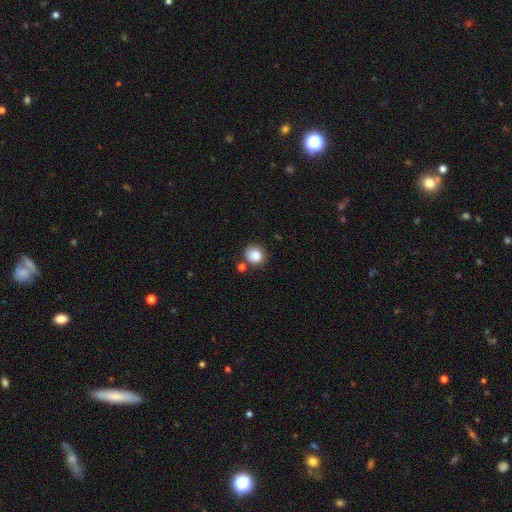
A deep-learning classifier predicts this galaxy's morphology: Smooth or featured: smooth — 85% (star or artifact — 10%)
How rounded: round — 81% (in between — 18%)
Merging: none — 76% (minor disturbance — 12%)